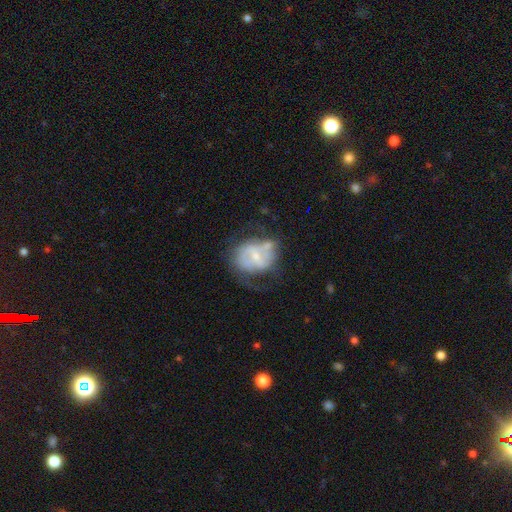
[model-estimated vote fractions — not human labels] featured or disk 62%, smooth 30%, star or artifact 8%. Down the decision tree: edge-on disk — no (97%); bar — weak (47%); spiral arms — yes (61%); bulge size — small (58%); merging — none (39%).